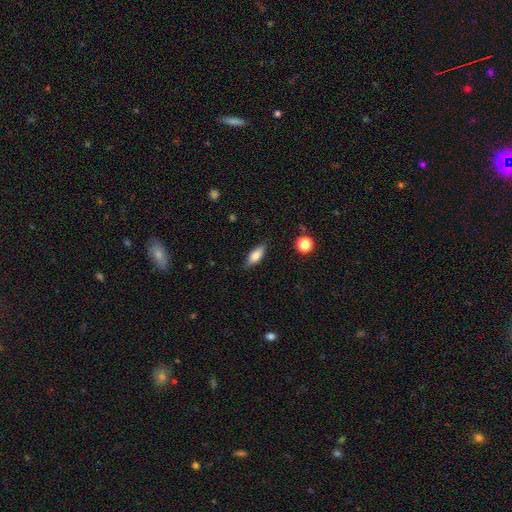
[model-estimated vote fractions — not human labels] Overall: smooth (81%). How rounded: in between (77%). Merging: none (83%).